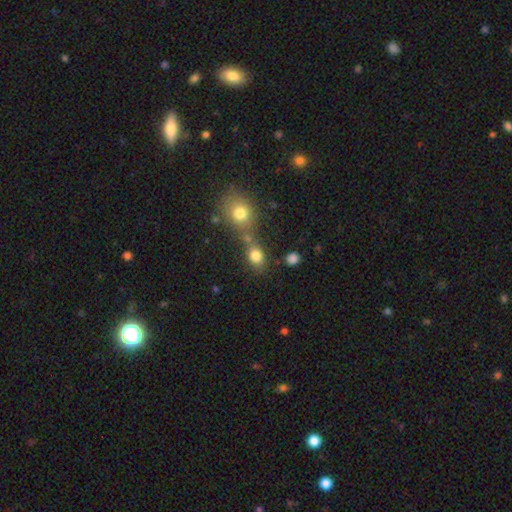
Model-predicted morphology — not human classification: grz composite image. It shows a smooth galaxy with no disk features (80%) that is round (52%). Merging: none (50%).